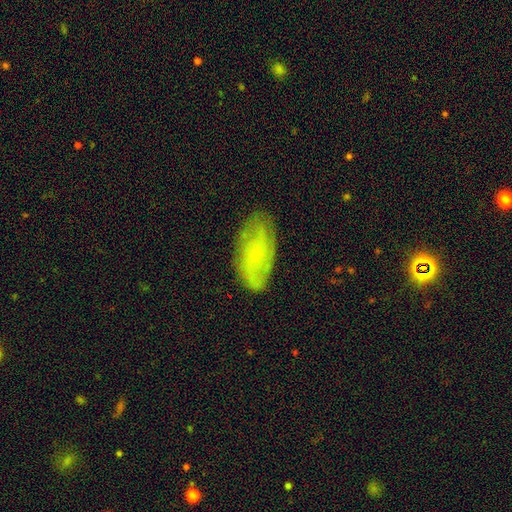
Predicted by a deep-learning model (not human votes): A featured or disk galaxy (59%) with no bar (71%), spiral arms (83%) and a small central bulge (80%).

Vote fractions:
- Smooth or featured? featured or disk: 59% / smooth: 33% / star or artifact: 8%
- Edge-on disk? no: 92% / yes: 8%
- Bar? no: 71% / weak: 24% / strong: 4%
- Spiral arms? yes: 83% / no: 17%
- Bulge size? small: 80% / moderate: 11% / none: 7% / large: 1% / dominant: 1%
- Merging? none: 77% / minor disturbance: 18% / major disturbance: 5% / merger: 1%